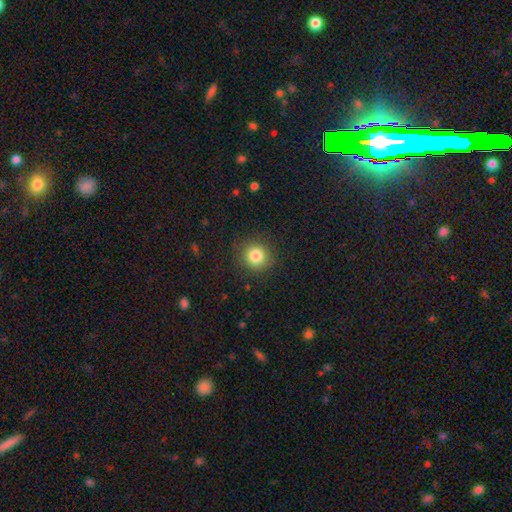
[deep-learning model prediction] Q: Smooth or featured?
A: smooth (82%); runner-up: star or artifact (11%)
Q: How rounded?
A: round (92%); runner-up: in between (7%)
Q: Merging?
A: none (88%); runner-up: minor disturbance (8%)